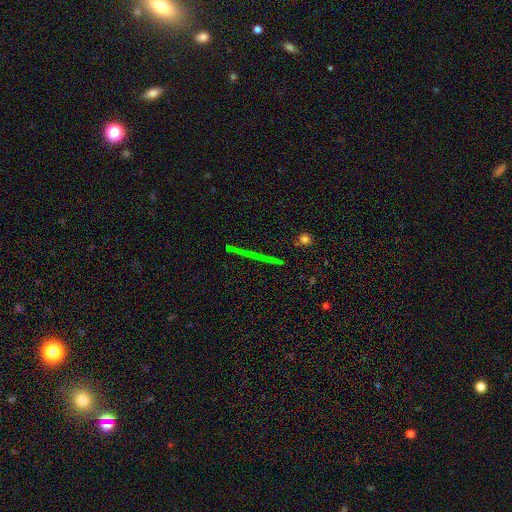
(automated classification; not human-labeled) This appears to be a featured or disk galaxy (44%). Merging: none (91%).